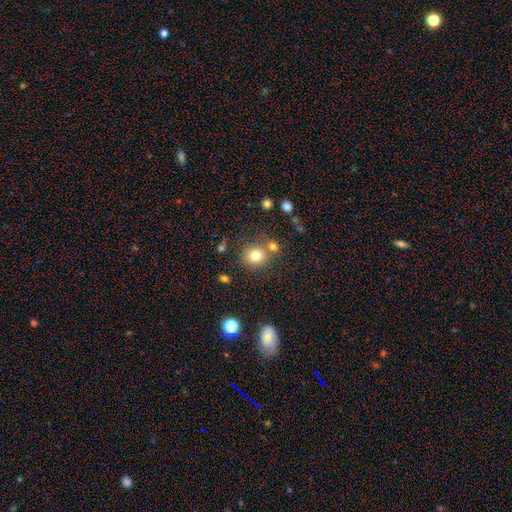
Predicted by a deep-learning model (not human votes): Overall: smooth (77%). How rounded: round (87%). Merging: none (70%).